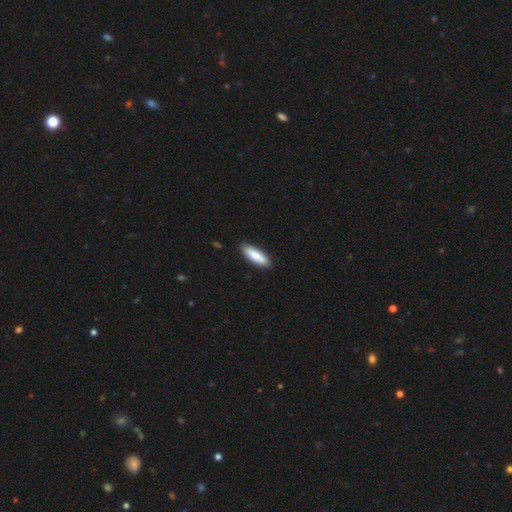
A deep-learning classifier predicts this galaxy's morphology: A smooth galaxy with no disk features (82%) that is cigar-shaped (49%, tied with in between). Merging: none (89%).